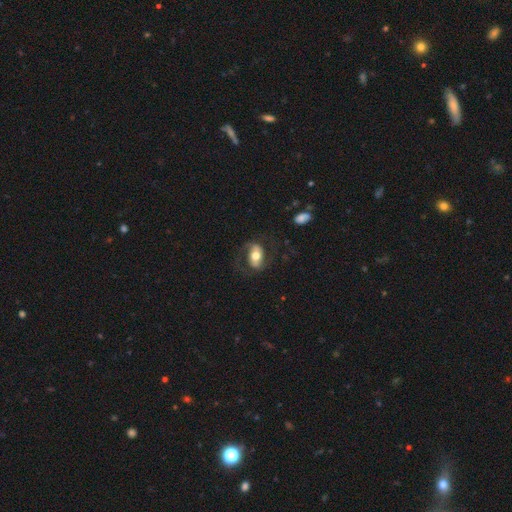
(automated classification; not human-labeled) This is possibly a featured or disk galaxy (57%). It is clearly not viewed edge-on (94%). Bar: marginally no (39%). Spiral arm pattern: clearly yes (80%). Central bulge: likely moderate (62%). Merging: likely none (65%).